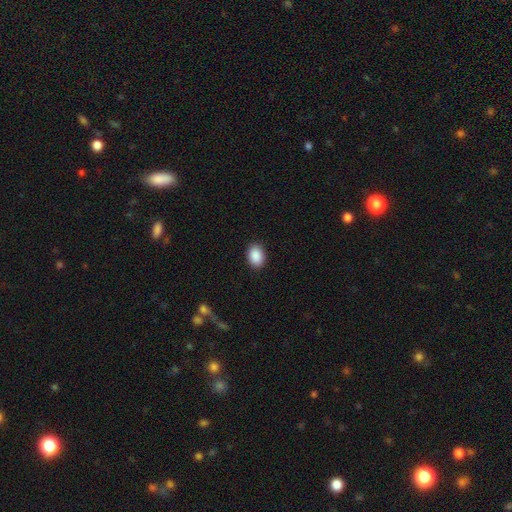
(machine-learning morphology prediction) A smooth galaxy with no disk features (90%) that is in between round and cigar-shaped (78%). Merging: none (90%).